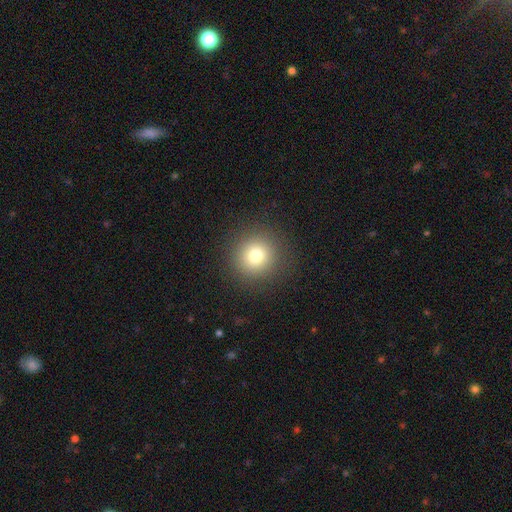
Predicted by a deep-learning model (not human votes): Smooth or featured? smooth (76%)
How rounded? round (94%)
Merging? none (90%)